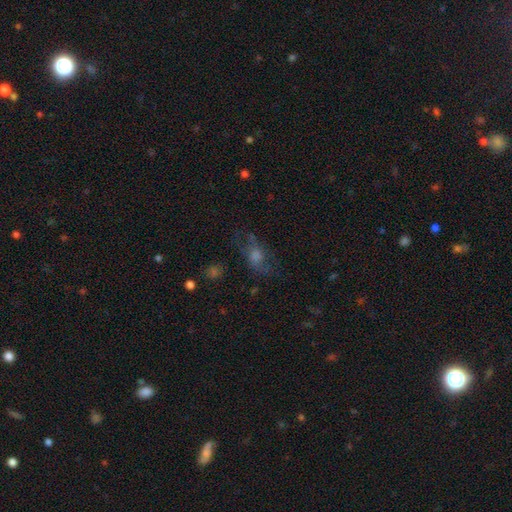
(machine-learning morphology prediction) Smooth or featured? featured or disk (39%)
Merging? none (60%)